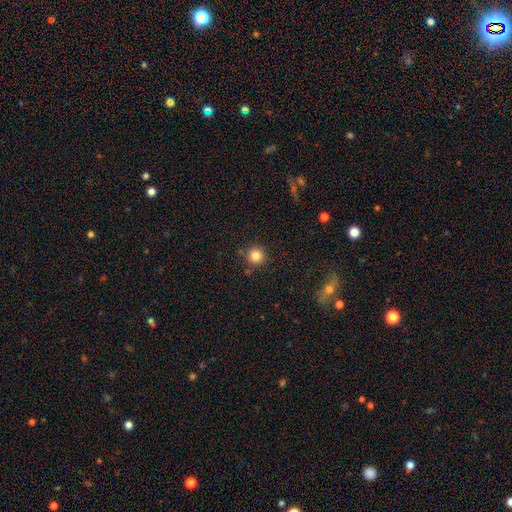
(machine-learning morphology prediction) Smooth or featured? smooth (83%)
How rounded? round (94%)
Merging? none (86%)